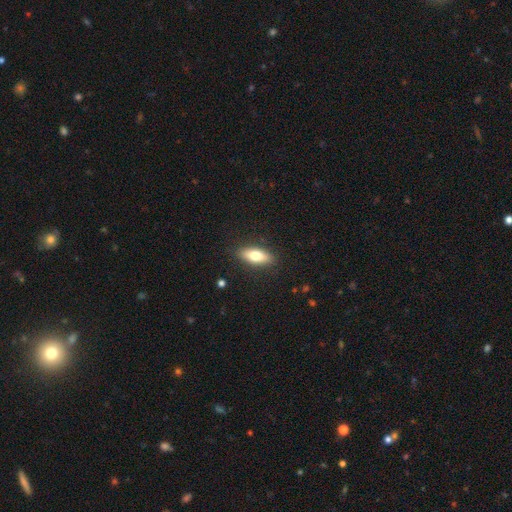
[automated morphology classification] smooth_or_featured: smooth (p=0.71) [alt: featured or disk p=0.23]
how_rounded: in between (p=0.74) [alt: cigar-shaped p=0.23]
merging: none (p=0.88) [alt: minor disturbance p=0.09]